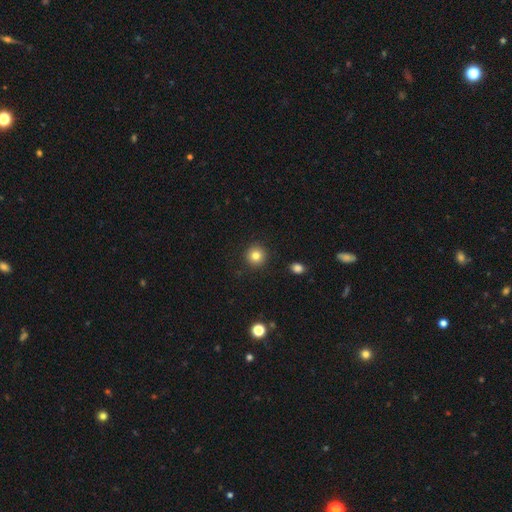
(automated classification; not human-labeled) The model was most divided on "smooth or featured": smooth: 82%, star or artifact: 11%, featured or disk: 7%. More confident: how rounded — round (94%); merging — none (92%).